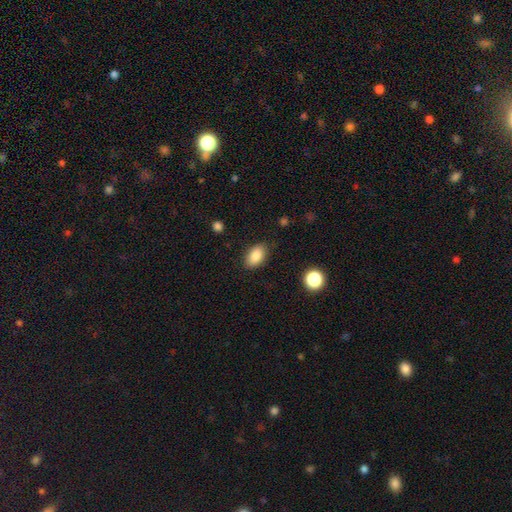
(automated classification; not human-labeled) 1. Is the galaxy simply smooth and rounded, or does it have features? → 86% smooth, 8% star or artifact, 6% featured or disk.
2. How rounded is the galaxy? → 90% in between, 8% round, 2% cigar-shaped.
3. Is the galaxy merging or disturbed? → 85% none, 11% minor disturbance, 3% major disturbance, 1% merger.